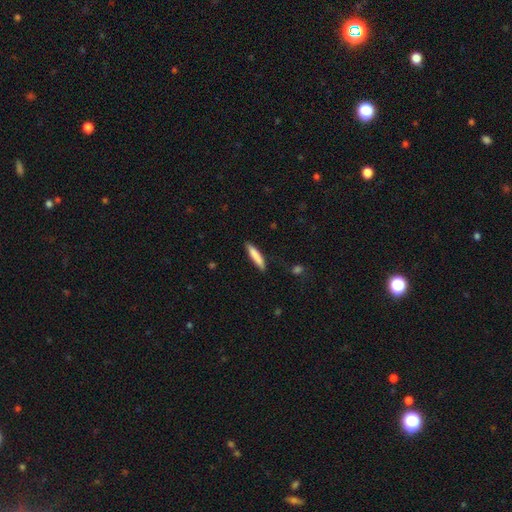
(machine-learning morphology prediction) Smooth or featured? Predicted: smooth (p=0.84). How rounded? Predicted: cigar-shaped (p=0.87). Merging? Predicted: none (p=0.85).